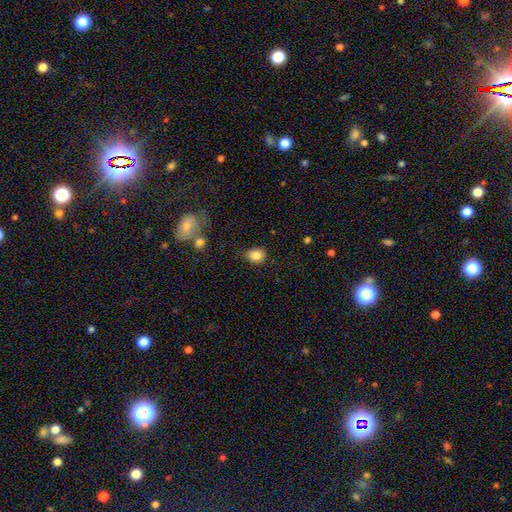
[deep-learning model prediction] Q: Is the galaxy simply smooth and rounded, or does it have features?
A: smooth — 85%.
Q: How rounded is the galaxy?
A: in between — 50%.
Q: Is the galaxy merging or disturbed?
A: none — 74%.